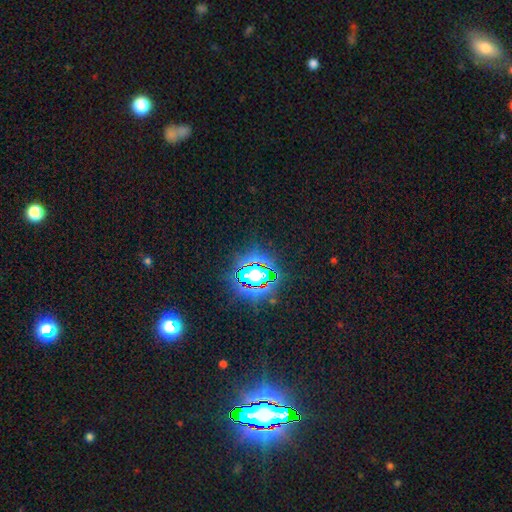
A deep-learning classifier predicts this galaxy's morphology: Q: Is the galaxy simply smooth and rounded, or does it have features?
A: star or artifact — 83%.